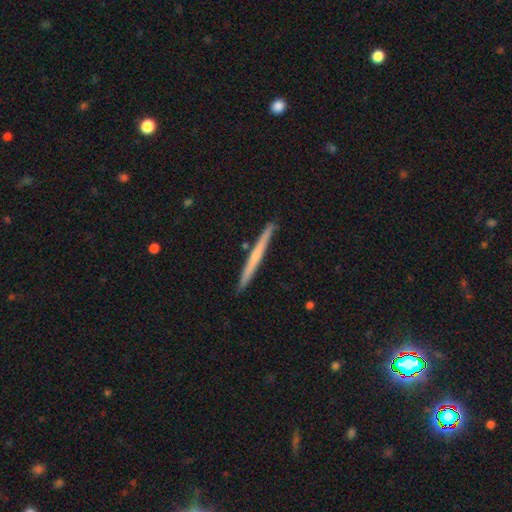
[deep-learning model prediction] Smooth or featured?
  - featured or disk: 51% *
  - smooth: 44%
  - star or artifact: 6%
Edge-on disk?
  - yes: 98% *
  - no: 2%
Merging?
  - none: 92% *
  - minor disturbance: 6%
  - merger: 1%
  - major disturbance: 1%